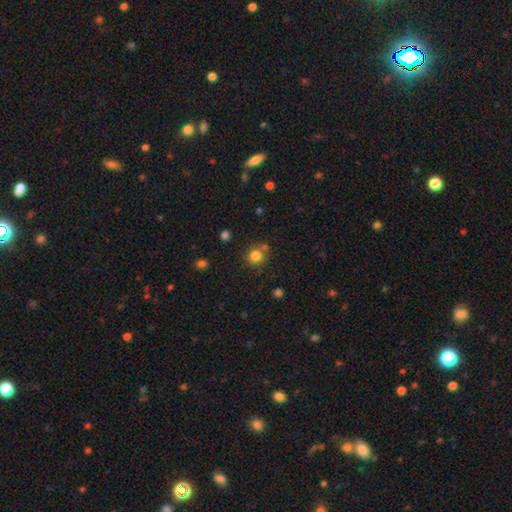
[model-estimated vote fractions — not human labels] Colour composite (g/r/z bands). It shows a smooth galaxy with no disk features (81%) that is round (91%). Merging: none (71%).